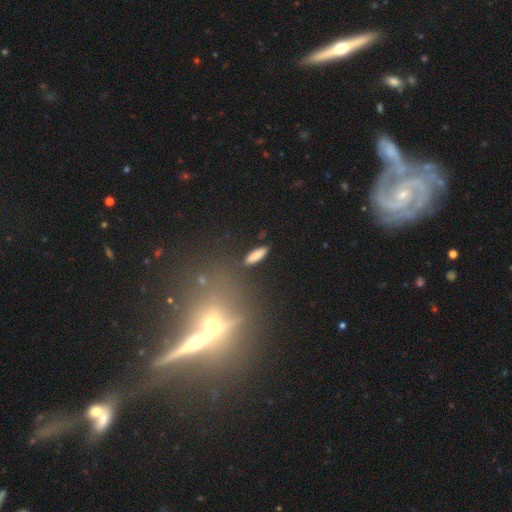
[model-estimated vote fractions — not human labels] Smooth or featured?
  - smooth: 84% *
  - featured or disk: 8%
  - star or artifact: 8%
How rounded?
  - cigar-shaped: 58% *
  - in between: 40%
  - round: 2%
Merging?
  - none: 83% *
  - minor disturbance: 11%
  - major disturbance: 3%
  - merger: 3%